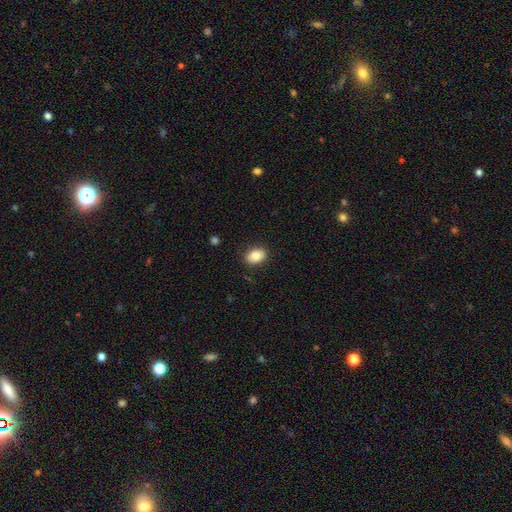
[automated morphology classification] This is clearly a smooth galaxy (83%). How rounded: likely in between (74%). Merging: clearly none (87%).